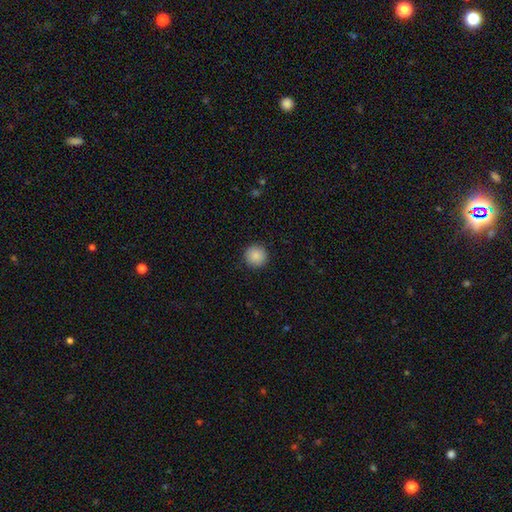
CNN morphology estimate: A smooth galaxy with no disk features (87%) that is round (95%).

Vote fractions:
- Smooth or featured? smooth: 87% / star or artifact: 8% / featured or disk: 4%
- How rounded? round: 95% / in between: 4% / cigar-shaped: 1%
- Merging? none: 92% / minor disturbance: 6% / major disturbance: 2% / merger: 1%